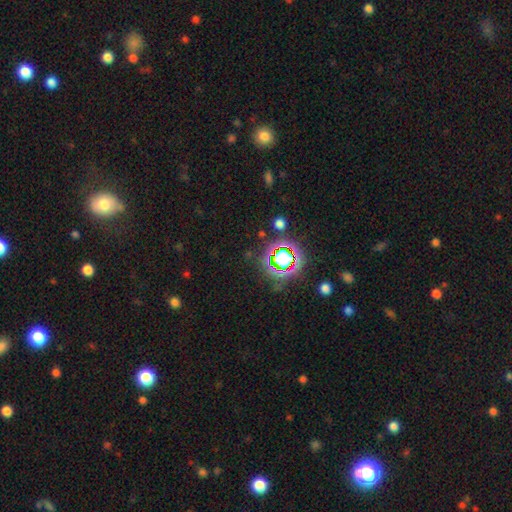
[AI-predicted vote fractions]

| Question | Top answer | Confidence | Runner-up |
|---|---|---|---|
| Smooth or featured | star or artifact | 75% | smooth (16%) |